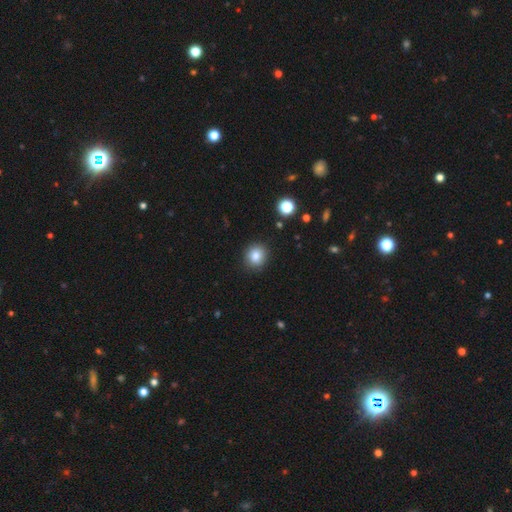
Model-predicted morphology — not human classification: Smooth or featured? Predicted: smooth (p=0.82). How rounded? Predicted: round (p=0.87). Merging? Predicted: none (p=0.89).